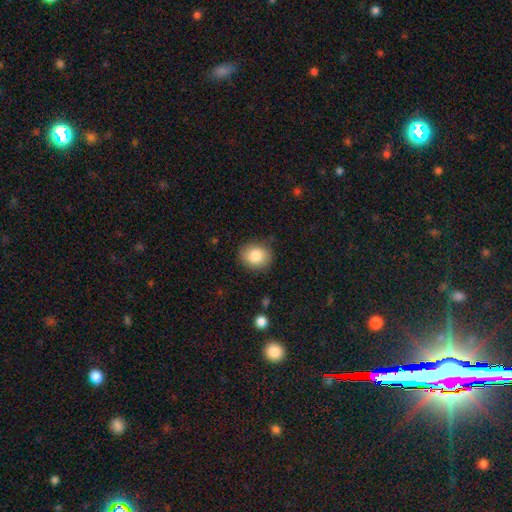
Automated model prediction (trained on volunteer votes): smooth 83%, star or artifact 9%, featured or disk 8%. Down the decision tree: how rounded — round (72%); merging — none (83%).